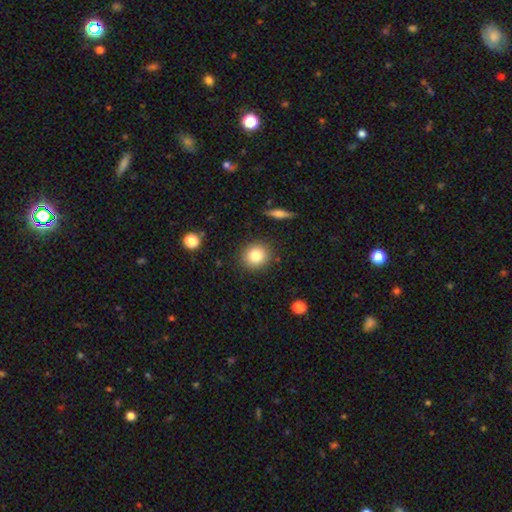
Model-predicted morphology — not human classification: The model was most divided on "how rounded": round: 82%, in between: 17%, cigar-shaped: 1%. More confident: merging — none (89%); smooth or featured — smooth (82%).